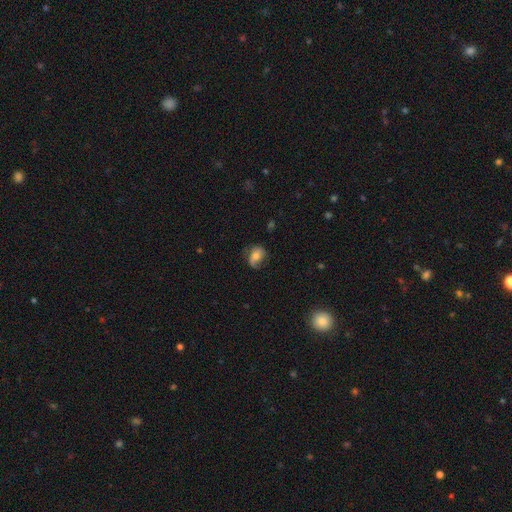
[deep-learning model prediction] Smooth or featured: smooth — 54% (featured or disk — 36%)
How rounded: in between — 66% (round — 32%)
Merging: none — 51% (minor disturbance — 29%)